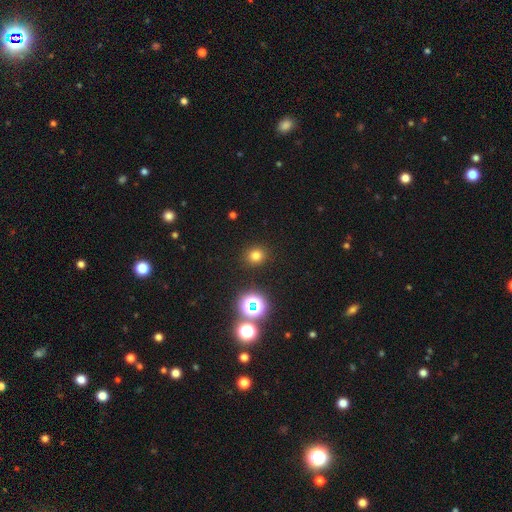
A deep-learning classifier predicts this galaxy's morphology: type=smooth (75%); roundness=round (85%); merging=none (90%).